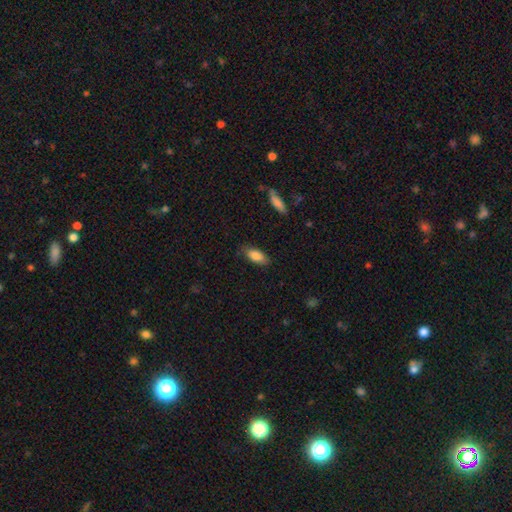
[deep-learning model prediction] Smooth or featured?
  - smooth: 85% *
  - featured or disk: 9%
  - star or artifact: 7%
How rounded?
  - in between: 83% *
  - cigar-shaped: 14%
  - round: 2%
Merging?
  - none: 80% *
  - minor disturbance: 16%
  - major disturbance: 3%
  - merger: 1%